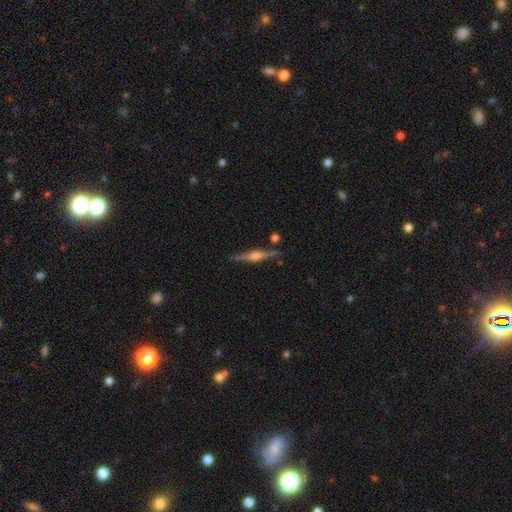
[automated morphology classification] Q: Smooth or featured?
A: featured or disk (80%); runner-up: smooth (14%)
Q: Edge-on disk?
A: yes (98%); runner-up: no (2%)
Q: Edge-on bulge?
A: rounded (85%); runner-up: boxy (12%)
Q: Merging?
A: none (87%); runner-up: minor disturbance (8%)